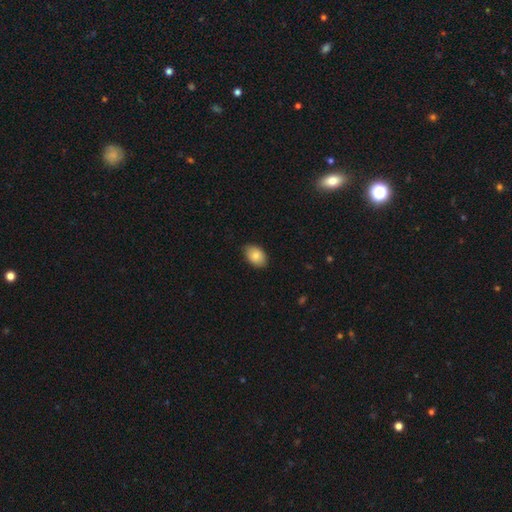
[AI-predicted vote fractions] smooth-or-featured: smooth: 84% | featured or disk: 9% | star or artifact: 7%
  how-rounded: in between: 86% | round: 13% | cigar-shaped: 1%
  merging: none: 84% | minor disturbance: 13% | major disturbance: 2% | merger: 1%